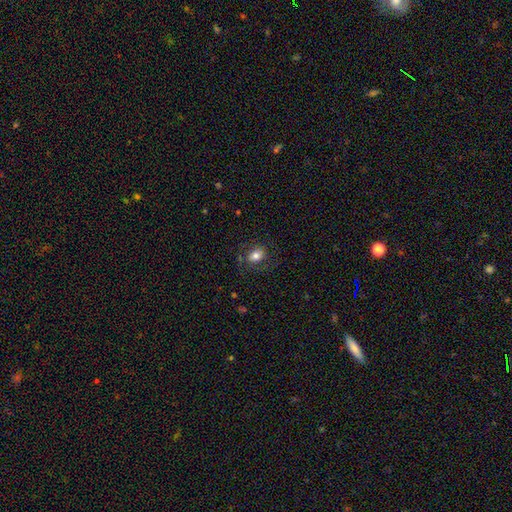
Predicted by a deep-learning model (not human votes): Smooth or featured: smooth — 72% (featured or disk — 19%)
How rounded: in between — 66% (round — 32%)
Merging: none — 71% (minor disturbance — 16%)